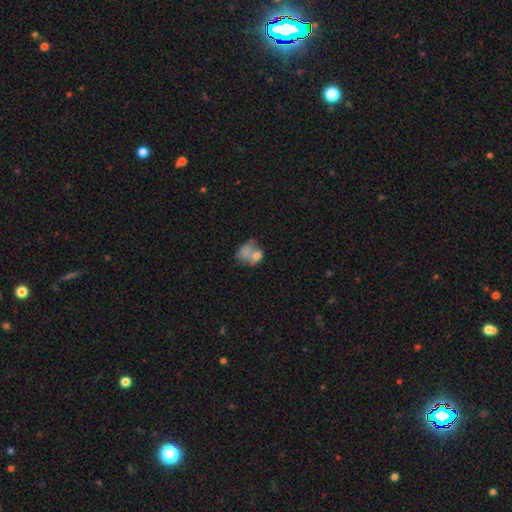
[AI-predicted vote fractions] smooth 70%, featured or disk 20%, star or artifact 10%. Down the decision tree: how rounded — in between (61%); merging — merger (57%).